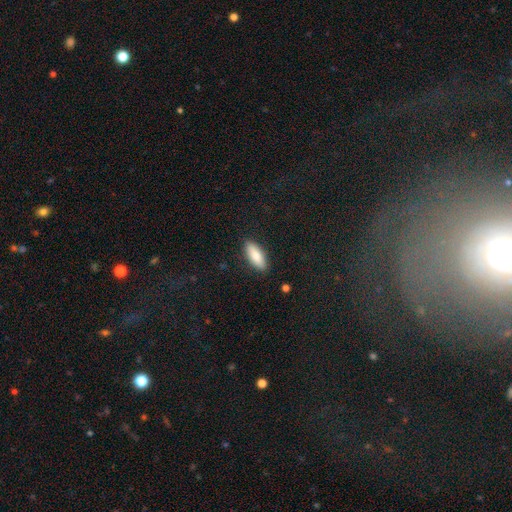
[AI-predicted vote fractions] Morphology: type=smooth (85%); roundness=in between (75%); merging=none (88%).